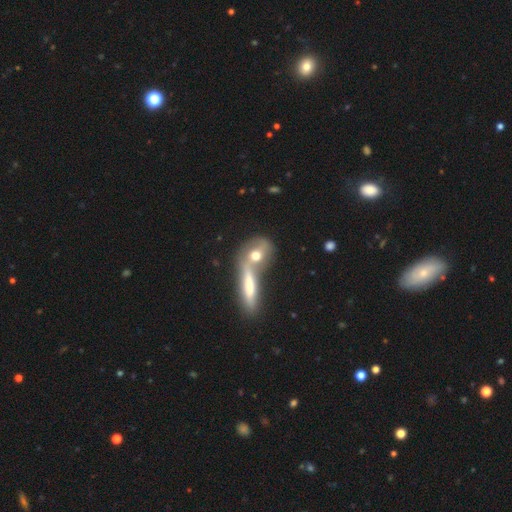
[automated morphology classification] Smooth or featured? smooth (56%)
How rounded? in between (40%)
Merging? merger (48%)